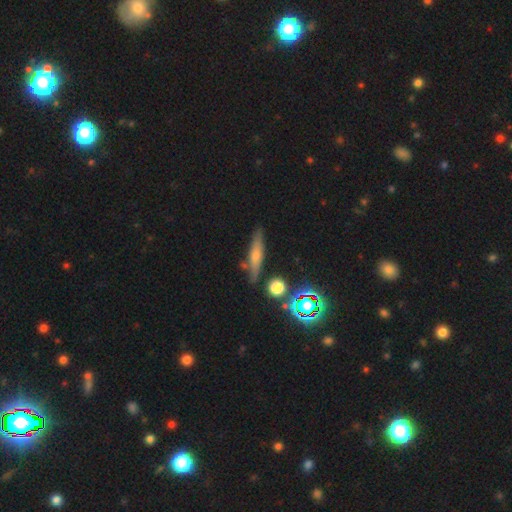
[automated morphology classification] A smooth galaxy with no disk features (47%).

Vote fractions:
- Smooth or featured? smooth: 47% / featured or disk: 38% / star or artifact: 16%
- Merging? none: 78% / minor disturbance: 13% / merger: 6% / major disturbance: 3%